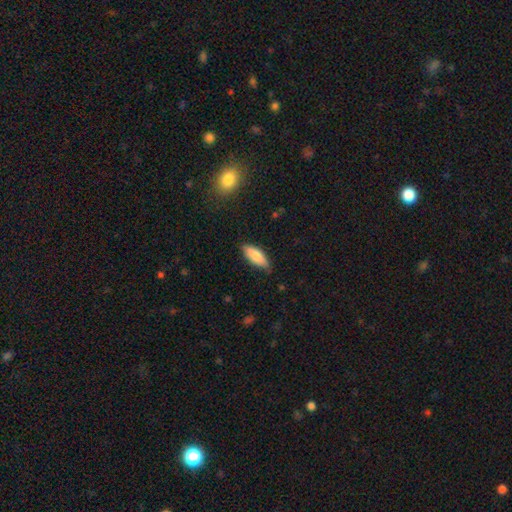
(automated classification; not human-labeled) A smooth galaxy with no disk features (81%) that is in between round and cigar-shaped (68%).

Vote fractions:
- Smooth or featured? smooth: 81% / featured or disk: 13% / star or artifact: 6%
- How rounded? in between: 68% / cigar-shaped: 30% / round: 2%
- Merging? none: 81% / minor disturbance: 16% / major disturbance: 3% / merger: 1%